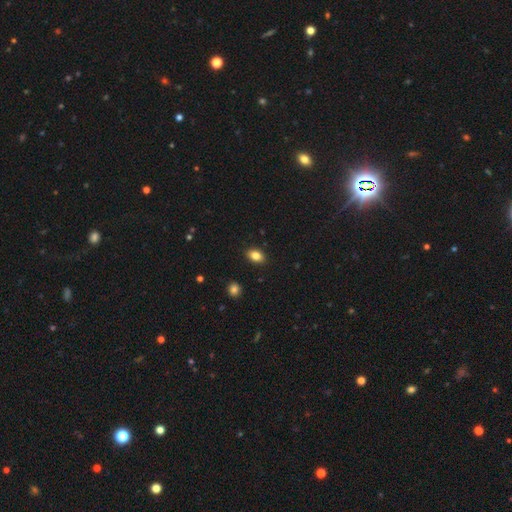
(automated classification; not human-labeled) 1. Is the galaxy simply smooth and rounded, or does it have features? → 84% smooth, 9% star or artifact, 6% featured or disk.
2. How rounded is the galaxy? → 84% in between, 14% round, 2% cigar-shaped.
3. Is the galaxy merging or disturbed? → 89% none, 8% minor disturbance, 2% major disturbance, 1% merger.